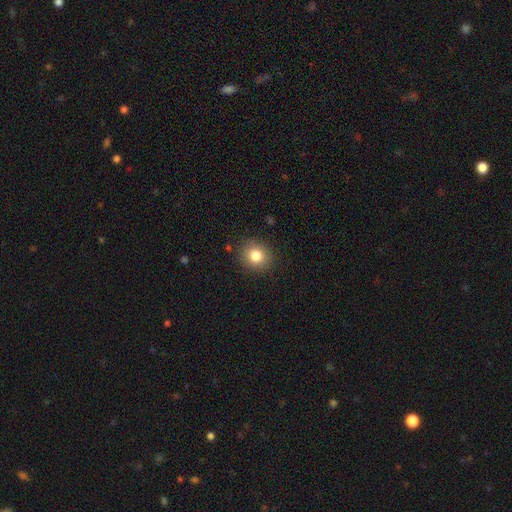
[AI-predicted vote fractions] Morphology: type=smooth (81%); roundness=round (80%); merging=none (88%).